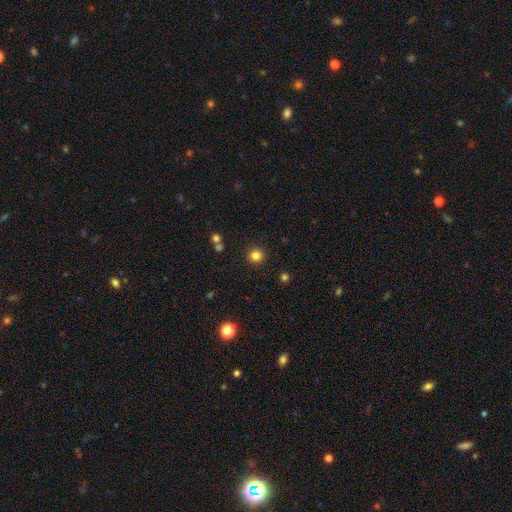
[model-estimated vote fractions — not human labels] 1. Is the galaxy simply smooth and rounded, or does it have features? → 82% smooth, 13% star or artifact, 5% featured or disk.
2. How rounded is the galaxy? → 94% round, 5% in between, 1% cigar-shaped.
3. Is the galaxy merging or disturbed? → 91% none, 5% minor disturbance, 2% merger, 2% major disturbance.